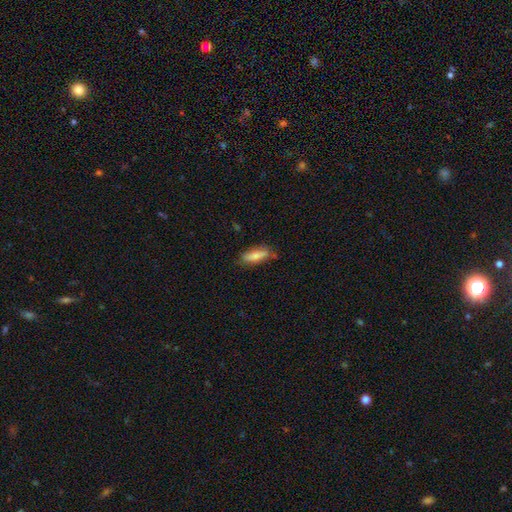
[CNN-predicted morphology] Q: Smooth or featured?
A: smooth (71%); runner-up: featured or disk (22%)
Q: How rounded?
A: in between (50%); runner-up: cigar-shaped (48%)
Q: Merging?
A: none (74%); runner-up: minor disturbance (19%)